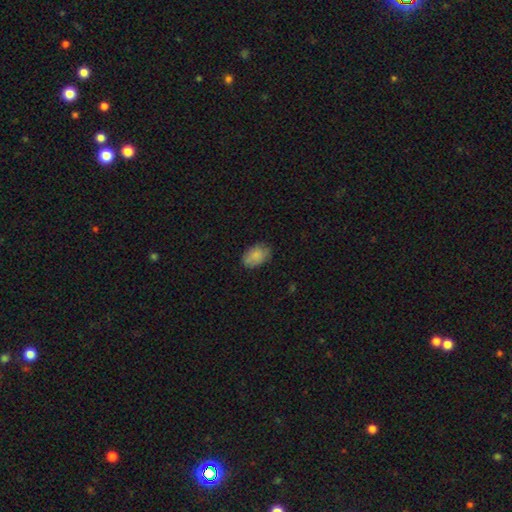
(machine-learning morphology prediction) Smooth or featured: smooth — 85% (featured or disk — 8%)
How rounded: in between — 87% (round — 12%)
Merging: none — 79% (minor disturbance — 17%)